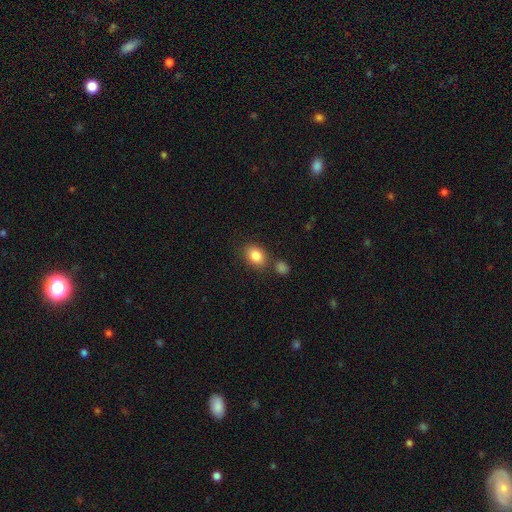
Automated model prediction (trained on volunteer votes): Overall: smooth (85%). How rounded: in between (74%). Merging: none (73%).